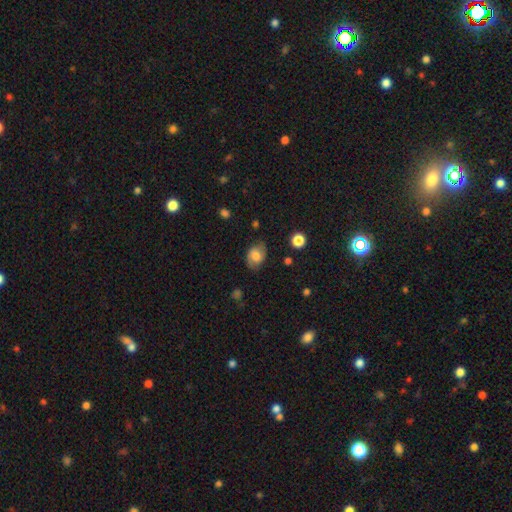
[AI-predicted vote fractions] Smooth or featured? Predicted: smooth (p=0.65). How rounded? Predicted: in between (p=0.72). Merging? Predicted: none (p=0.72).